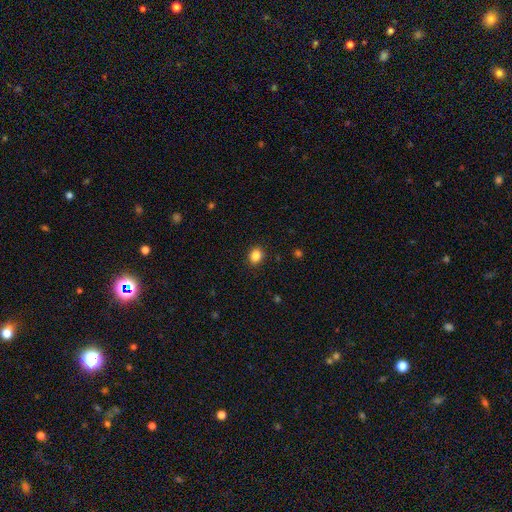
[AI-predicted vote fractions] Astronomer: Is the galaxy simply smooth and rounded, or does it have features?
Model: smooth — 86%.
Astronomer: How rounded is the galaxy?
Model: round — 61% (runner-up: in between, 39%).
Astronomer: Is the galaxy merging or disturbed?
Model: none — 90%.